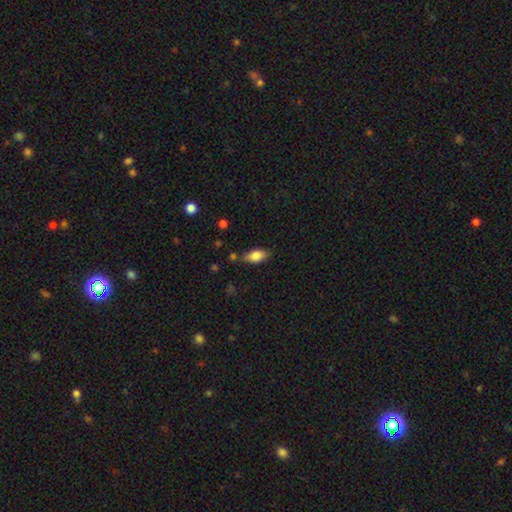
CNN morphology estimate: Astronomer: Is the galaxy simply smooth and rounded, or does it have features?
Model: smooth — 78%.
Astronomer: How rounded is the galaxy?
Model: in between — 87%.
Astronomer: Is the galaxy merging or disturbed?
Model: none — 74%.